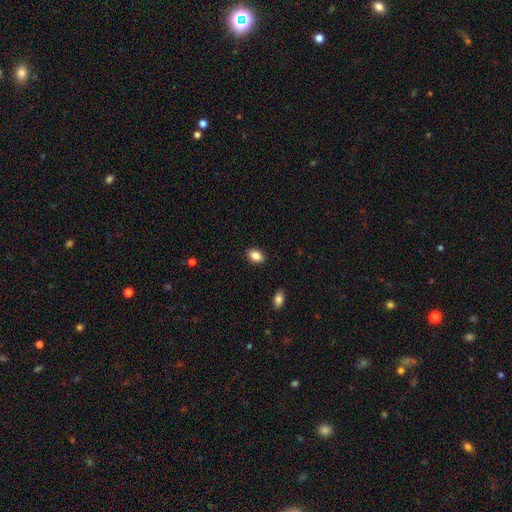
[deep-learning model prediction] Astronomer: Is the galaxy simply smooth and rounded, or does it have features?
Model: smooth — 86%.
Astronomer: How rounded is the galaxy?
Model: in between — 84%.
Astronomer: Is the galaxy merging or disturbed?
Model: none — 89%.